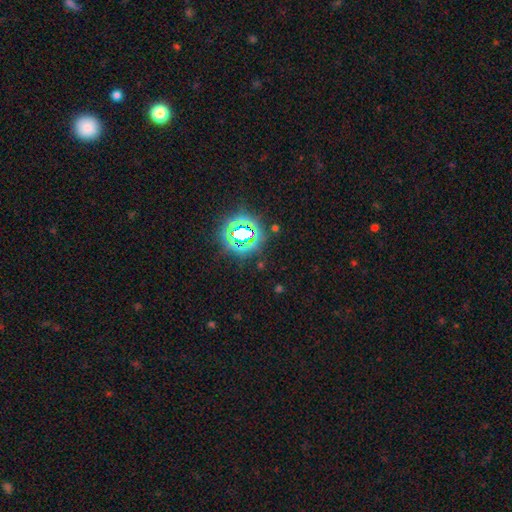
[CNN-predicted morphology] A star or artifact, not a galaxy (78%).